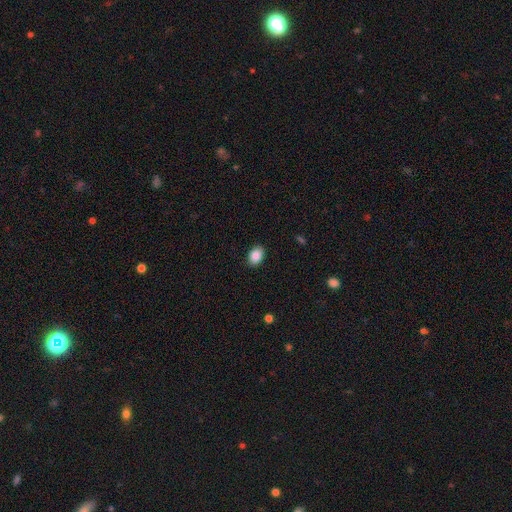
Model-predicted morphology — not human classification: Smooth or featured? smooth (88%)
How rounded? in between (76%)
Merging? none (89%)